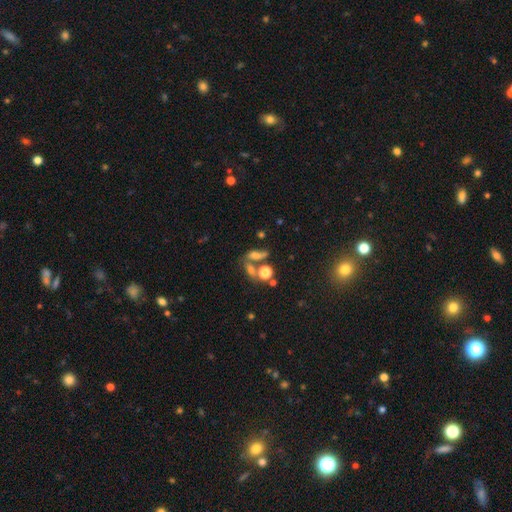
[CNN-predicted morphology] A smooth galaxy with no disk features (52%) that is in between round and cigar-shaped (60%).

Vote fractions:
- Smooth or featured? smooth: 52% / featured or disk: 24% / star or artifact: 24%
- How rounded? in between: 60% / round: 24% / cigar-shaped: 16%
- Merging? merger: 39% / none: 34% / major disturbance: 14% / minor disturbance: 13%